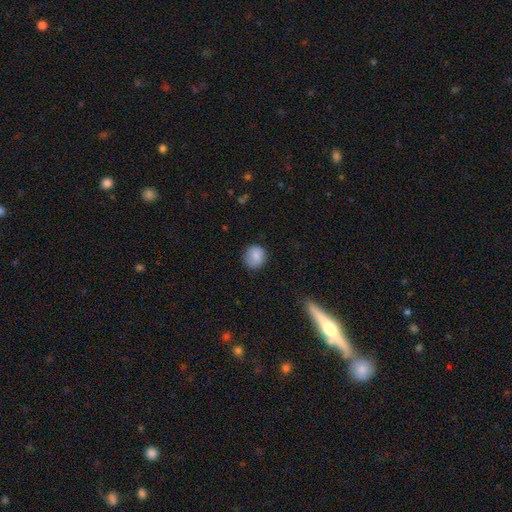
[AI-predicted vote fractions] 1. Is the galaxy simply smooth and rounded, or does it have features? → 85% smooth, 8% star or artifact, 6% featured or disk.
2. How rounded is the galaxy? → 82% round, 17% in between, 1% cigar-shaped.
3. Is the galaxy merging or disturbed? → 81% none, 14% minor disturbance, 3% major disturbance, 1% merger.